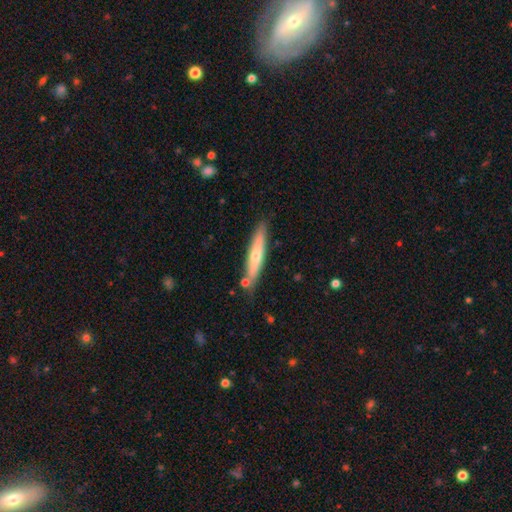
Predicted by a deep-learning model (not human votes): Smooth or featured? Predicted: smooth (p=0.49). Merging? Predicted: none (p=0.81).